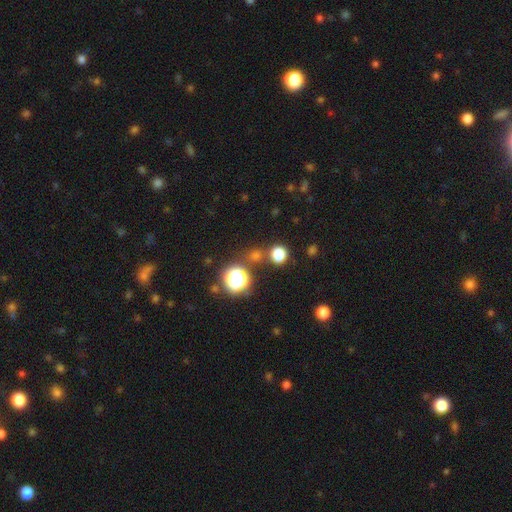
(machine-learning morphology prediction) type=smooth (61%); roundness=round (90%); merging=none (77%).